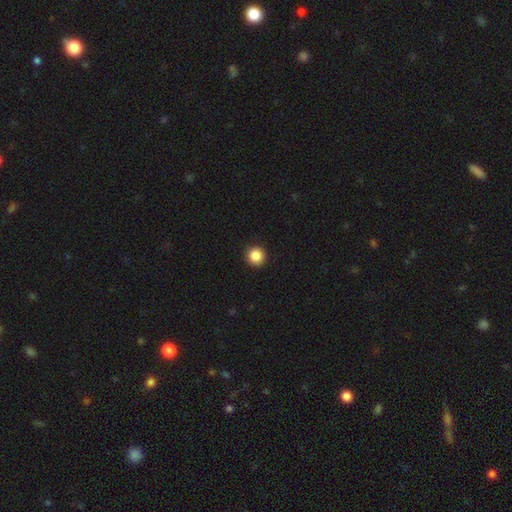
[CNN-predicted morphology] smooth-or-featured: smooth: 87% | star or artifact: 10% | featured or disk: 3%
  how-rounded: round: 96% | in between: 3% | cigar-shaped: 1%
  merging: none: 93% | minor disturbance: 4% | major disturbance: 1% | merger: 1%